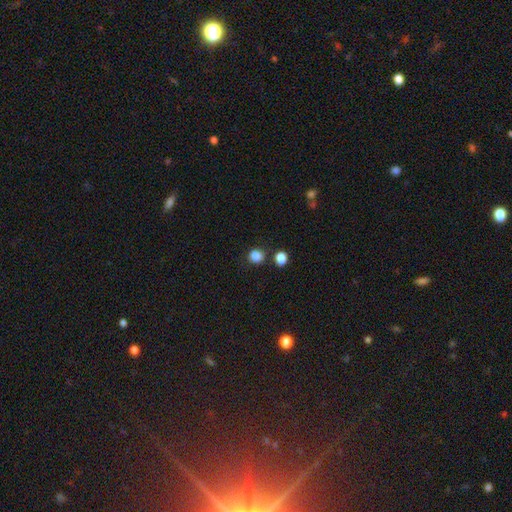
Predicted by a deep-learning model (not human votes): Smooth or featured: smooth — 85% (star or artifact — 11%)
How rounded: round — 82% (in between — 17%)
Merging: none — 80% (minor disturbance — 10%)